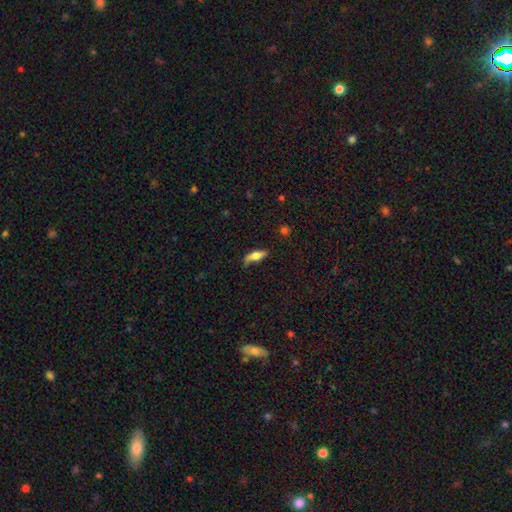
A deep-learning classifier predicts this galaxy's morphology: type=smooth (58%); roundness=in between (58%); merging=none (49%).